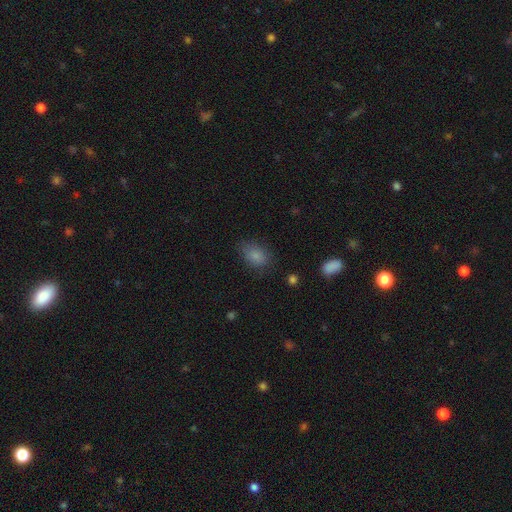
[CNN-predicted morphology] Smooth or featured: smooth — 83% (star or artifact — 10%)
How rounded: in between — 78% (round — 21%)
Merging: none — 69% (minor disturbance — 22%)